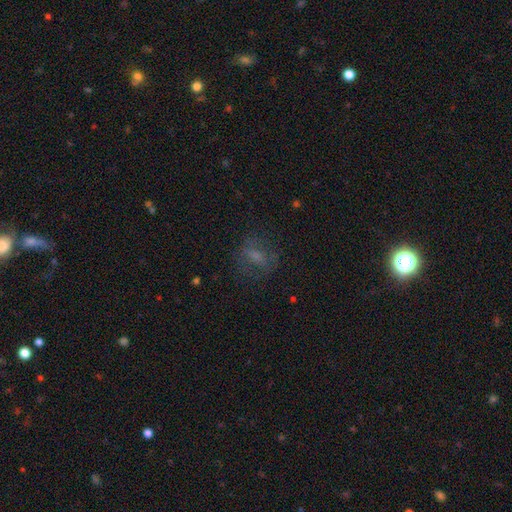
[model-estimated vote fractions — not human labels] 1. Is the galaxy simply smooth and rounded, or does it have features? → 52% smooth, 29% featured or disk, 19% star or artifact.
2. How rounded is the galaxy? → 57% in between, 37% round, 6% cigar-shaped.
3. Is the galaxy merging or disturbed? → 66% none, 16% major disturbance, 16% minor disturbance, 1% merger.